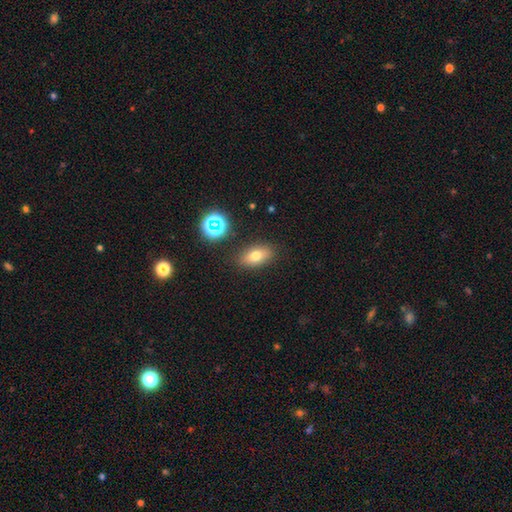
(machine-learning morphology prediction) Smooth or featured? smooth (70%)
How rounded? in between (82%)
Merging? none (85%)